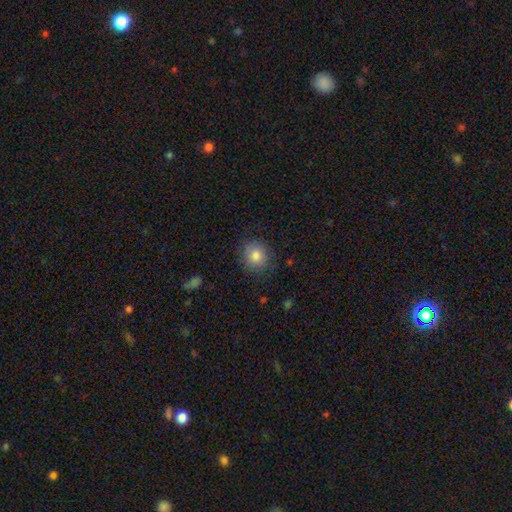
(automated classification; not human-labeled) Q: Smooth or featured?
A: smooth (84%); runner-up: star or artifact (10%)
Q: How rounded?
A: round (85%); runner-up: in between (14%)
Q: Merging?
A: none (86%); runner-up: minor disturbance (10%)